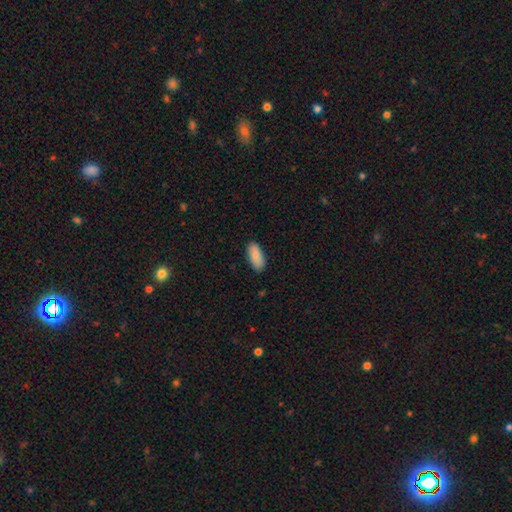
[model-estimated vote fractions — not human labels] The model was most divided on "merging": none: 87%, minor disturbance: 10%, major disturbance: 2%, merger: 1%. More confident: how rounded — in between (89%); smooth or featured — smooth (86%).